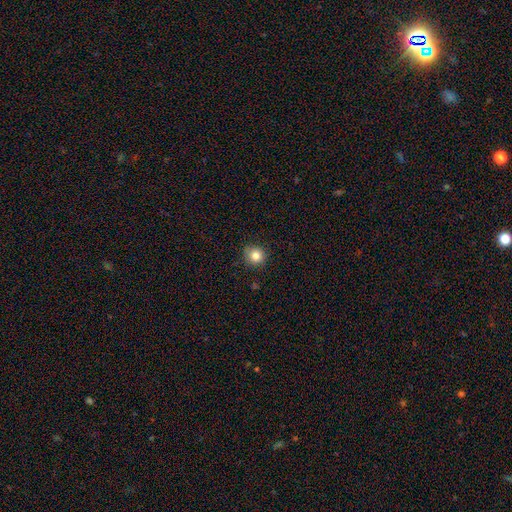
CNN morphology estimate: smooth-or-featured: smooth: 83% | star or artifact: 11% | featured or disk: 6%
  how-rounded: round: 90% | in between: 9% | cigar-shaped: 1%
  merging: none: 86% | minor disturbance: 11% | major disturbance: 2% | merger: 1%